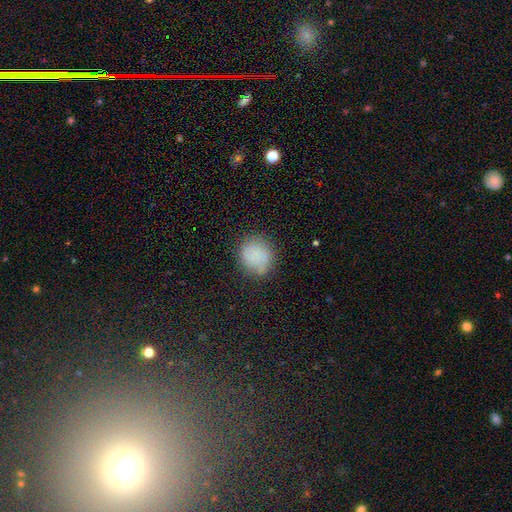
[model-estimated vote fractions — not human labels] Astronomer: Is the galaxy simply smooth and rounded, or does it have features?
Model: smooth — 79%.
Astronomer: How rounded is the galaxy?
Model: round — 83%.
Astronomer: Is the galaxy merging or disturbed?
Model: none — 70%.